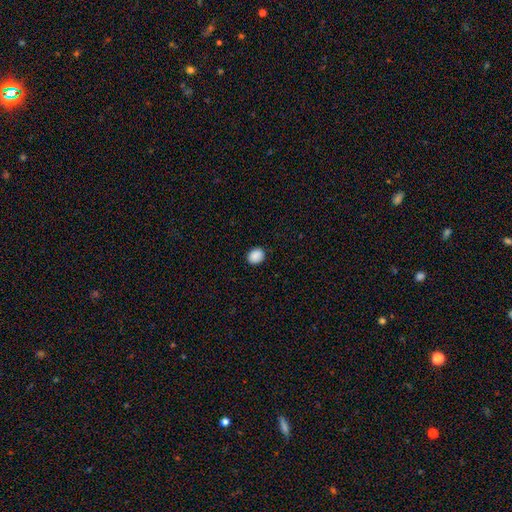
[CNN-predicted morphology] A smooth galaxy with no disk features (89%) that is round (58%). Merging: none (88%).